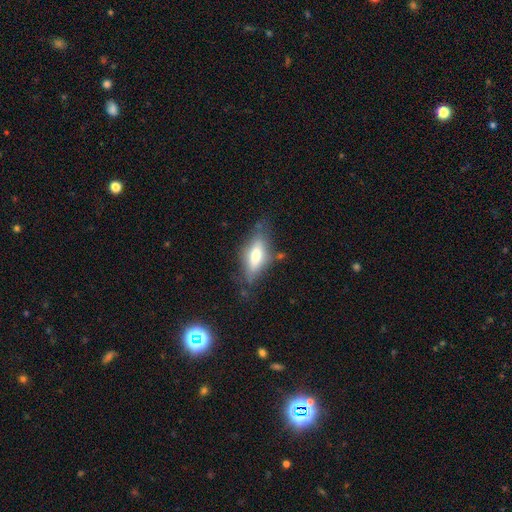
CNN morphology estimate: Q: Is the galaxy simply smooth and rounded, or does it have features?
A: smooth — 57%.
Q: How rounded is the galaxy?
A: in between — 71%.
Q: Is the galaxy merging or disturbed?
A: none — 64%.